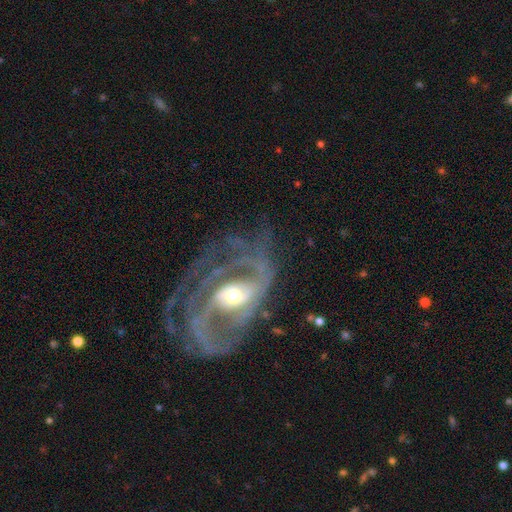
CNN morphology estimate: This is clearly a featured or disk galaxy (88%). It is clearly not viewed edge-on (96%). Bar: marginally weak (41%). Spiral arm pattern: clearly yes (95%). Spiral arm count: marginally 2 (43%). Spiral winding: marginally medium (43%). Central bulge: likely moderate (63%). Merging: likely none (61%).